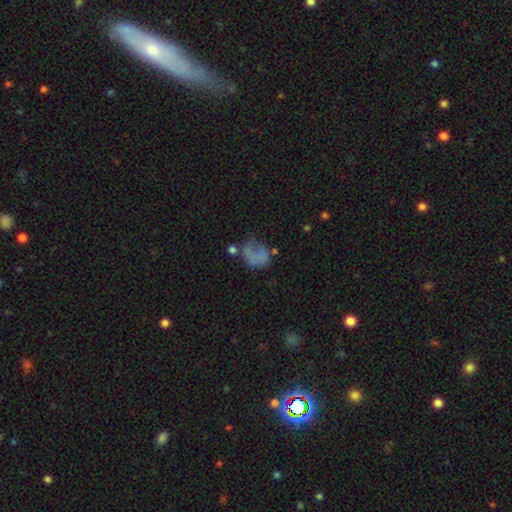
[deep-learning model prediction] This appears to be a smooth galaxy with no disk features (56%) that is in between round and cigar-shaped (58%). Merging: major disturbance (40%).